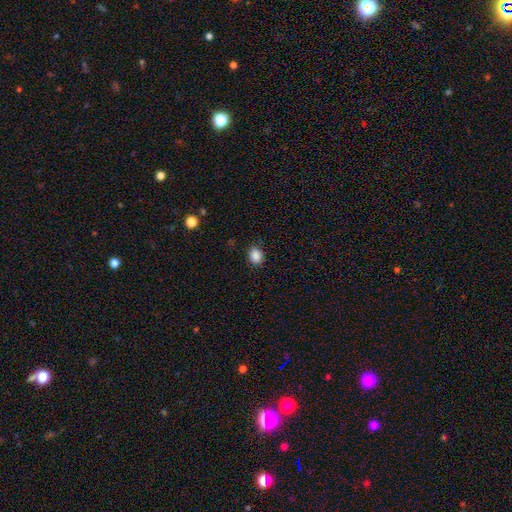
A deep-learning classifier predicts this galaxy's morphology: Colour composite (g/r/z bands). It shows a smooth galaxy with no disk features (87%) that is round (51%). Merging: none (84%).